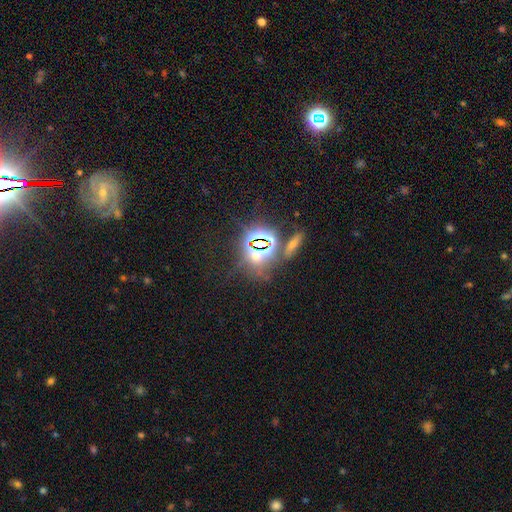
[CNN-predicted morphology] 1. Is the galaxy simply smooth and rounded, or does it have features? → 72% star or artifact, 19% smooth, 9% featured or disk.